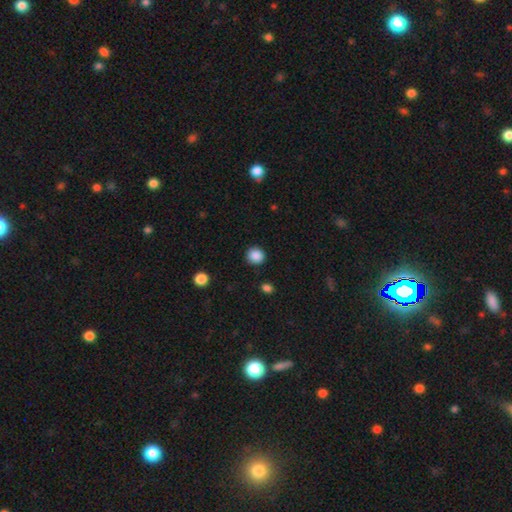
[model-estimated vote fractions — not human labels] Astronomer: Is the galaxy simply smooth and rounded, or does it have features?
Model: smooth — 88%.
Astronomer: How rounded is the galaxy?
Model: round — 89%.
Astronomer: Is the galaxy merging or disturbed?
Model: none — 89%.